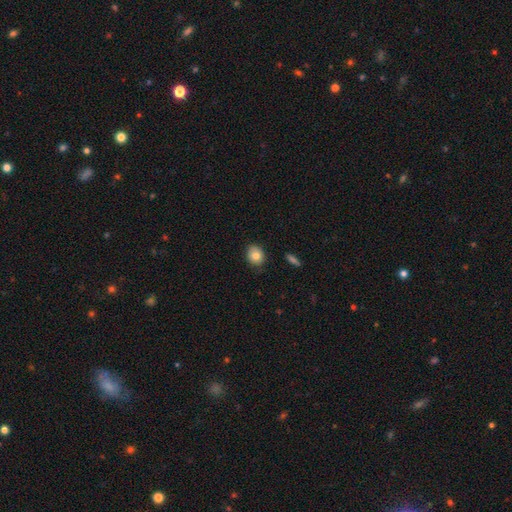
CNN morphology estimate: This appears to be a smooth galaxy with no disk features (80%) that is round (63%). Merging: none (81%).